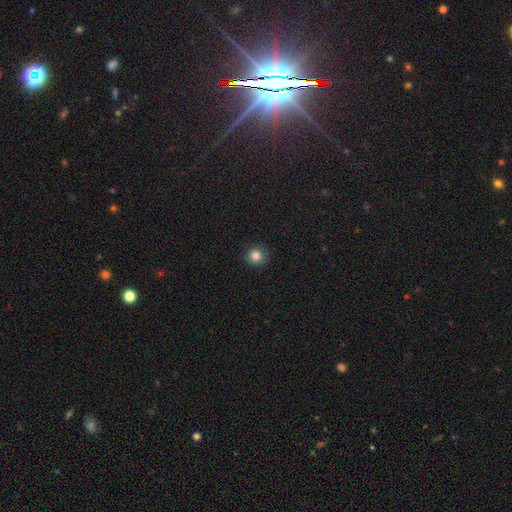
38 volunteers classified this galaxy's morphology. smooth 95%, star or artifact 5%, featured or disk 0%. Down the decision tree: how rounded — round (94%); merging — none (89%).